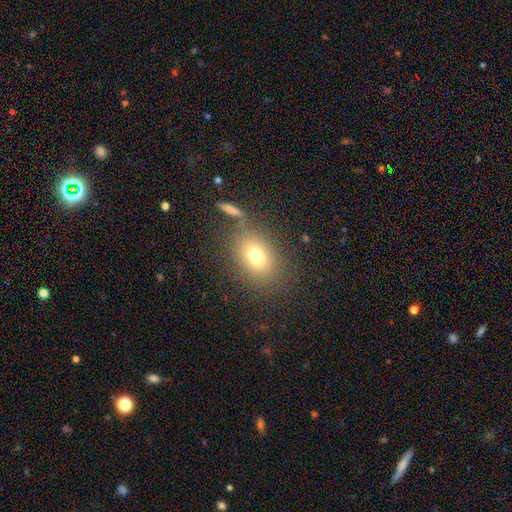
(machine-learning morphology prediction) Smooth or featured: smooth — 73% (featured or disk — 14%)
How rounded: in between — 65% (round — 33%)
Merging: none — 75% (minor disturbance — 12%)